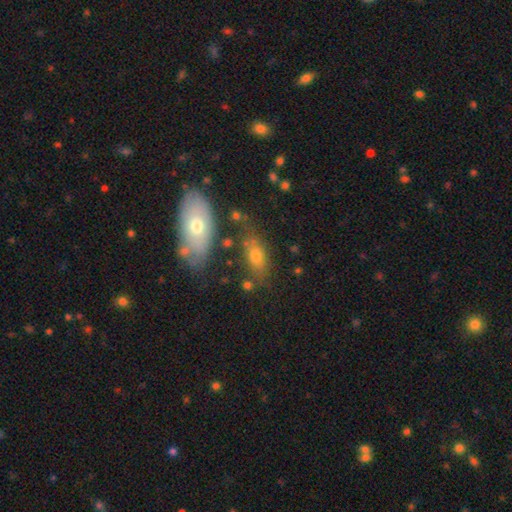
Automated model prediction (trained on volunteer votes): A smooth galaxy with no disk features (65%) that is in between round and cigar-shaped (81%). Merging: none (60%).